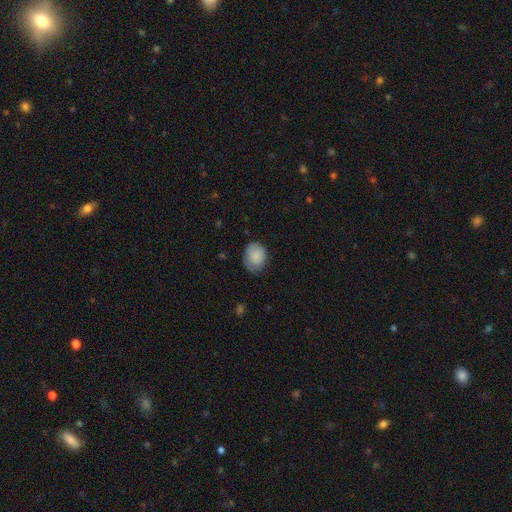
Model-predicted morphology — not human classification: Overall: smooth (83%). How rounded: round (53%; in between 46%). Merging: none (65%; minor disturbance 27%).